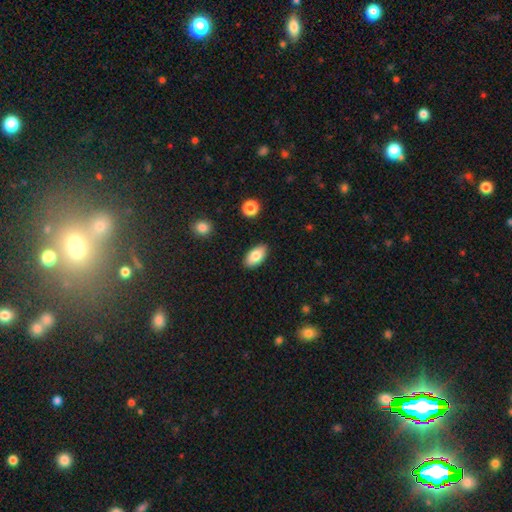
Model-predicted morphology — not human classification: Smooth or featured? smooth (82%)
How rounded? in between (93%)
Merging? none (88%)